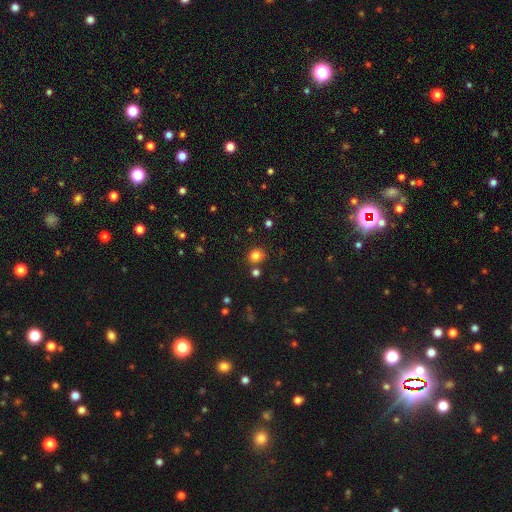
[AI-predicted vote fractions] This is clearly a smooth galaxy (81%). How rounded: likely round (76%). Merging: clearly none (81%).